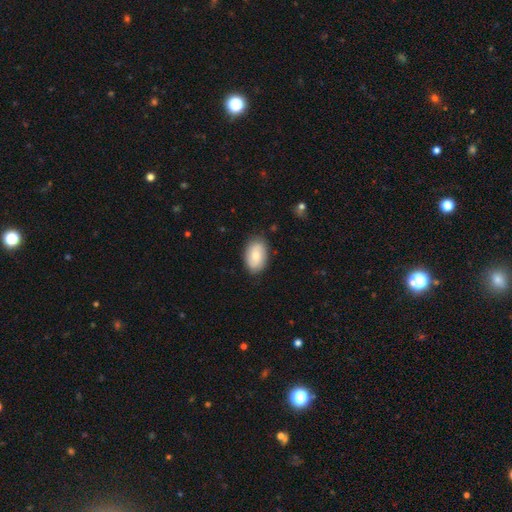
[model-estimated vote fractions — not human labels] Overall: smooth (71%). How rounded: in between (91%). Merging: none (83%).